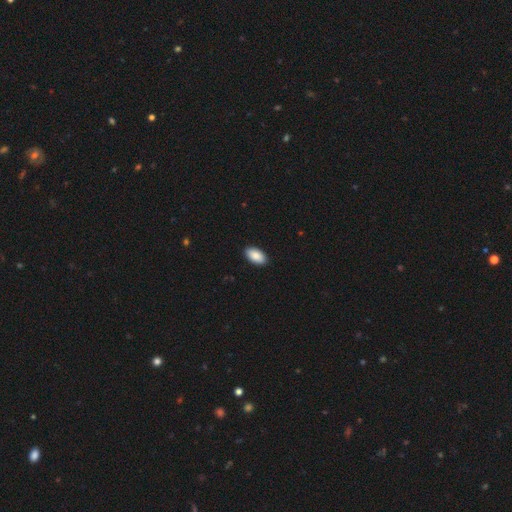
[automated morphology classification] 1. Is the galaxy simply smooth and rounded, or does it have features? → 89% smooth, 6% star or artifact, 5% featured or disk.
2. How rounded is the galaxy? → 96% in between, 3% round, 2% cigar-shaped.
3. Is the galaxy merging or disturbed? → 91% none, 7% minor disturbance, 2% major disturbance, 1% merger.